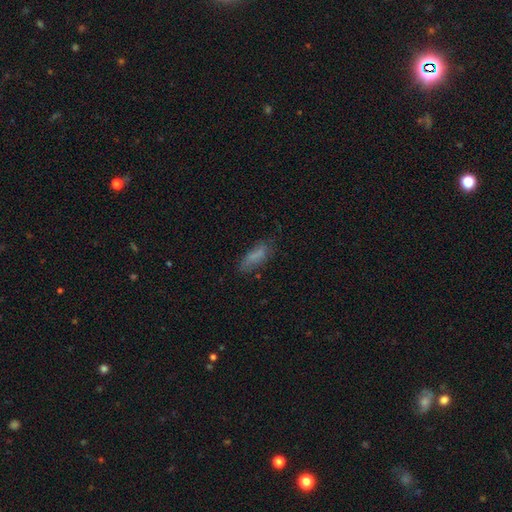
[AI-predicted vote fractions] Q: Smooth or featured?
A: smooth (72%); runner-up: featured or disk (18%)
Q: How rounded?
A: in between (57%); runner-up: cigar-shaped (41%)
Q: Merging?
A: none (61%); runner-up: minor disturbance (25%)